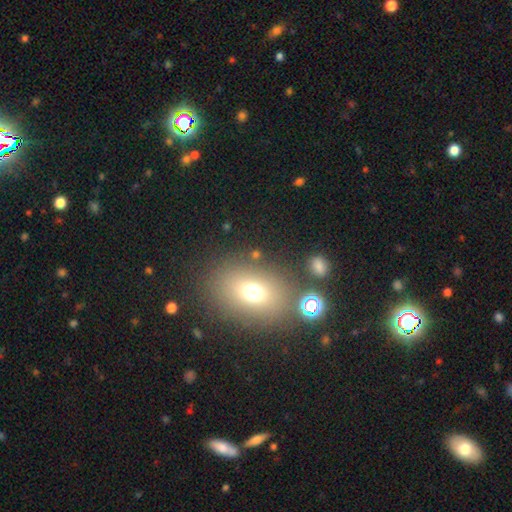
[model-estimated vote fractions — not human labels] smooth-or-featured: smooth: 66% | star or artifact: 20% | featured or disk: 14%
  how-rounded: in between: 63% | round: 35% | cigar-shaped: 2%
  merging: none: 79% | minor disturbance: 10% | merger: 6% | major disturbance: 5%